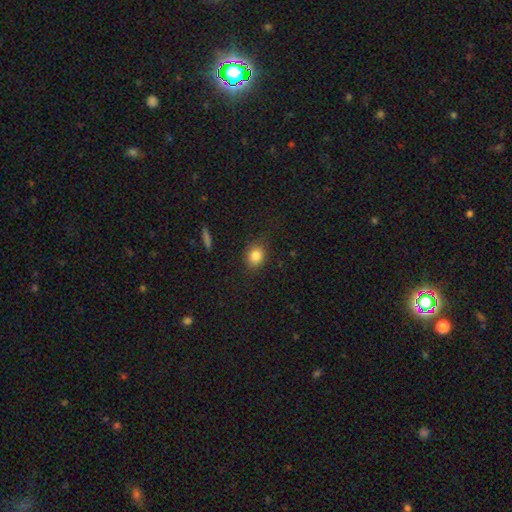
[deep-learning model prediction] The model was most divided on "how rounded": round: 59%, in between: 40%, cigar-shaped: 2%. More confident: smooth or featured — smooth (83%); merging — none (81%).